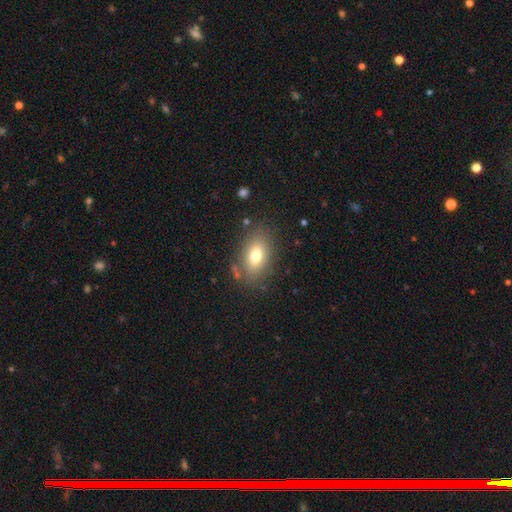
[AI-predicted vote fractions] Smooth or featured? smooth (74%)
How rounded? in between (86%)
Merging? none (80%)